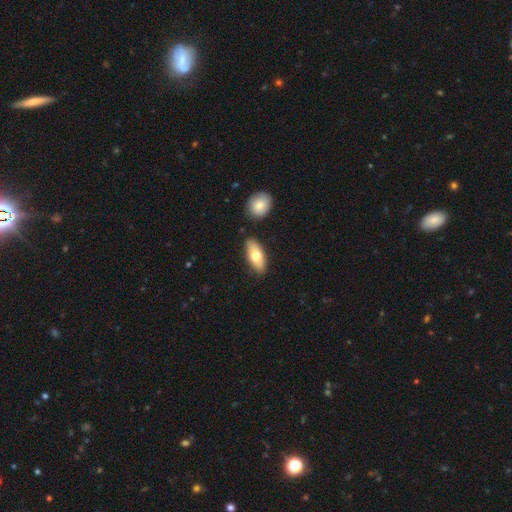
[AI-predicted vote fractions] smooth-or-featured: smooth: 72% | featured or disk: 22% | star or artifact: 6%
  how-rounded: in between: 83% | cigar-shaped: 14% | round: 3%
  merging: none: 82% | minor disturbance: 10% | merger: 5% | major disturbance: 2%